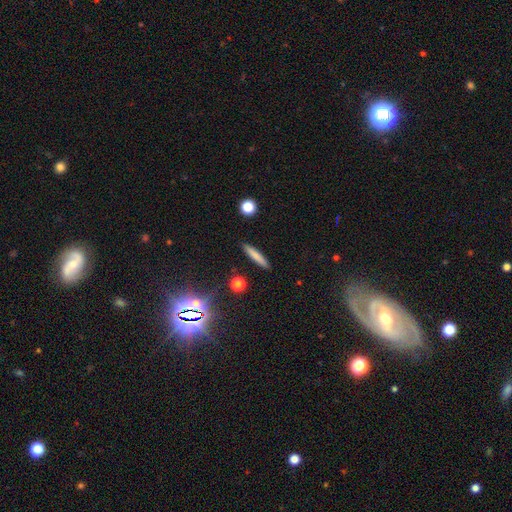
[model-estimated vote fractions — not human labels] Smooth or featured? smooth (76%)
How rounded? cigar-shaped (91%)
Merging? none (90%)